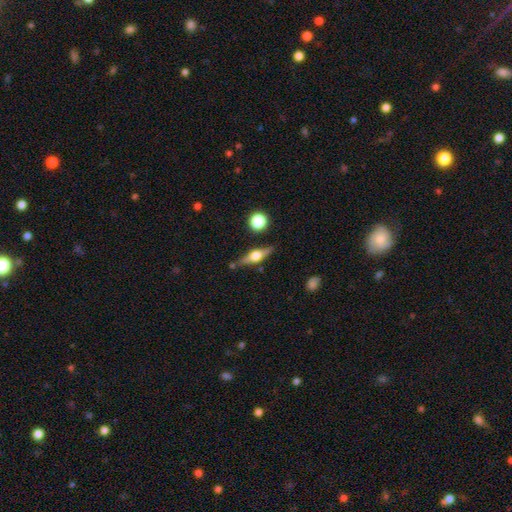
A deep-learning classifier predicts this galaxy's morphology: The model was most divided on "smooth or featured": featured or disk: 71%, smooth: 22%, star or artifact: 7%. More confident: edge-on disk — yes (96%); edge-on bulge — rounded (93%); merging — none (81%).